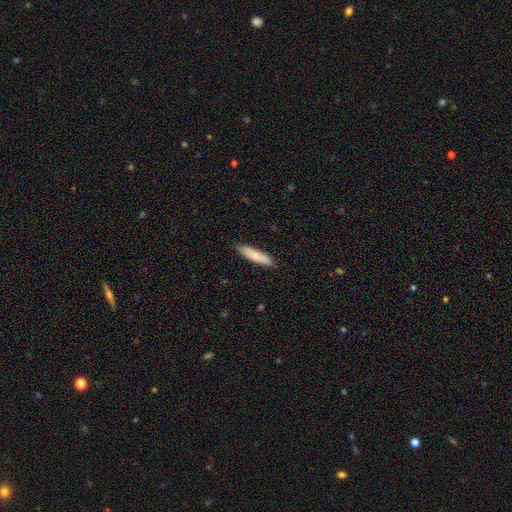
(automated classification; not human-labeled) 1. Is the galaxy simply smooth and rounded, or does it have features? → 80% smooth, 14% featured or disk, 5% star or artifact.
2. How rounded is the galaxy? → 80% cigar-shaped, 19% in between, 1% round.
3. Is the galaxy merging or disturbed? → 88% none, 10% minor disturbance, 2% major disturbance, 1% merger.